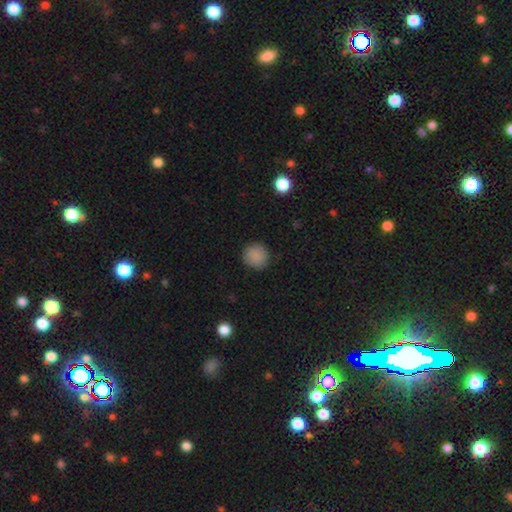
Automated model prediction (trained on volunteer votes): The model was most divided on "smooth or featured": smooth: 88%, star or artifact: 9%, featured or disk: 3%. More confident: how rounded — round (94%); merging — none (91%).